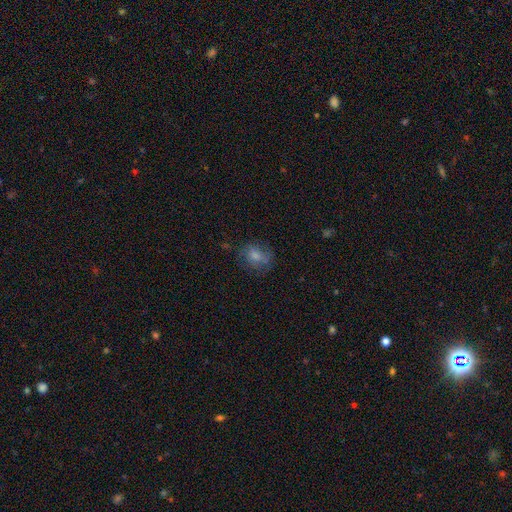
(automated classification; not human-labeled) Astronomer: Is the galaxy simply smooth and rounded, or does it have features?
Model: smooth — 68%.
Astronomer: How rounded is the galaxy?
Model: in between — 54% (runner-up: round, 45%).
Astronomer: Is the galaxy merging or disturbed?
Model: none — 60%.